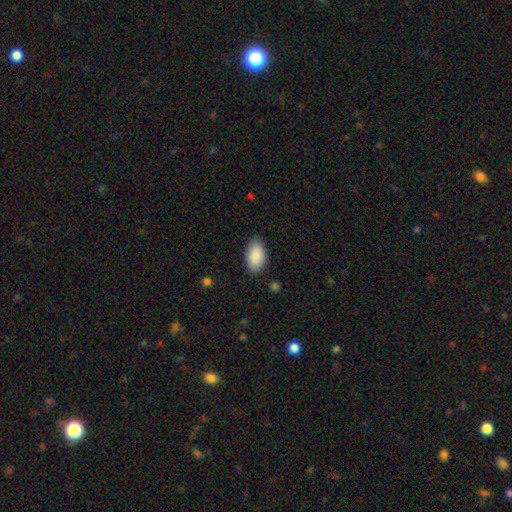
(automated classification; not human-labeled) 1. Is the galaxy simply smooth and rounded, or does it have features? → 88% smooth, 6% star or artifact, 6% featured or disk.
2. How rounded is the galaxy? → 95% in between, 4% round, 1% cigar-shaped.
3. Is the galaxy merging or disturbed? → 86% none, 11% minor disturbance, 3% major disturbance, 1% merger.